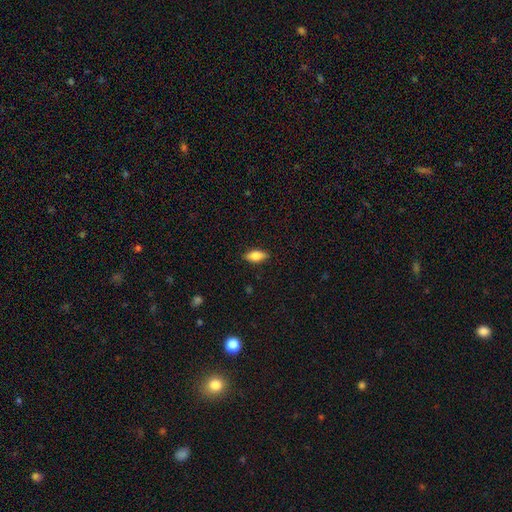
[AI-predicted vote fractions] smooth-or-featured: smooth: 82% | featured or disk: 11% | star or artifact: 7%
  how-rounded: in between: 84% | cigar-shaped: 13% | round: 3%
  merging: none: 87% | minor disturbance: 10% | major disturbance: 2% | merger: 1%